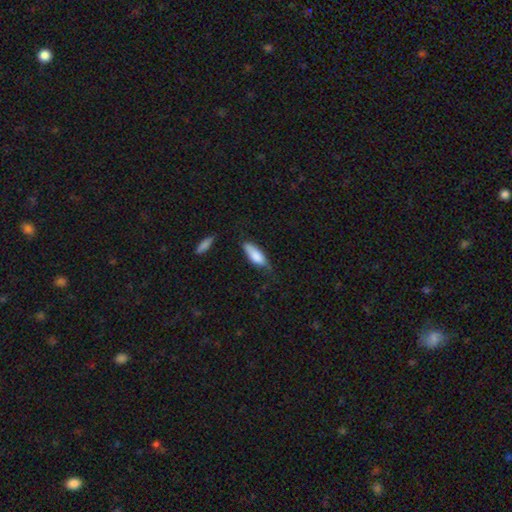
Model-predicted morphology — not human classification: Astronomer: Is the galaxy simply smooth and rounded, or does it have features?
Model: smooth — 80%.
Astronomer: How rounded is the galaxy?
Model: in between — 70%.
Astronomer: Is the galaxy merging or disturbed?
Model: none — 46% (runner-up: minor disturbance, 38%).